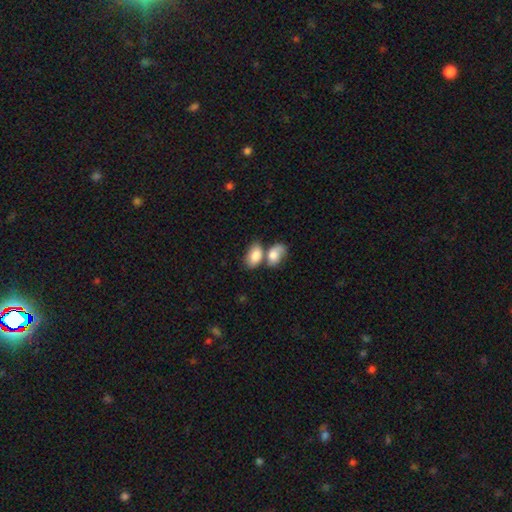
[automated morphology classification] Smooth or featured?
  - smooth: 81% *
  - featured or disk: 13%
  - star or artifact: 6%
How rounded?
  - in between: 90% *
  - round: 8%
  - cigar-shaped: 2%
Merging?
  - merger: 50% *
  - none: 32%
  - minor disturbance: 11%
  - major disturbance: 6%